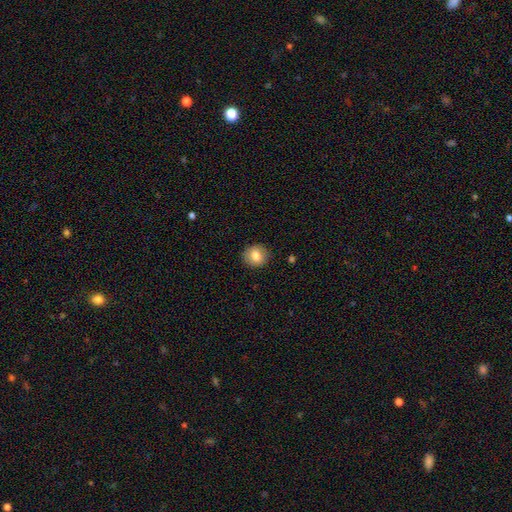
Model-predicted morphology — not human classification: type=smooth (81%); roundness=round (81%); merging=none (89%).